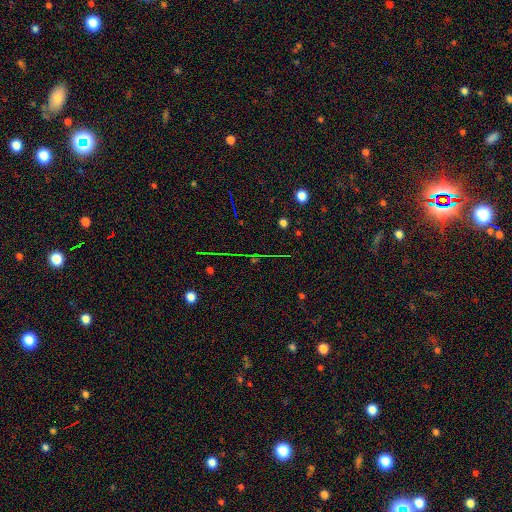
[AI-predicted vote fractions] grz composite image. It shows a star or artifact, not a galaxy (71%).